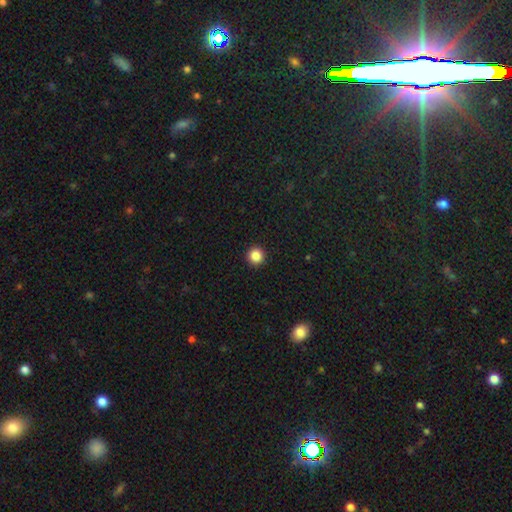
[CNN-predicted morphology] A smooth galaxy with no disk features (87%) that is round (96%). Merging: none (94%).